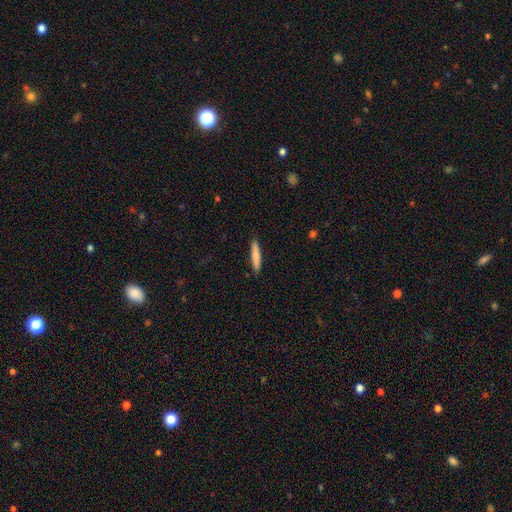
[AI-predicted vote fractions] Overall: smooth (74%). How rounded: cigar-shaped (90%). Merging: none (91%).